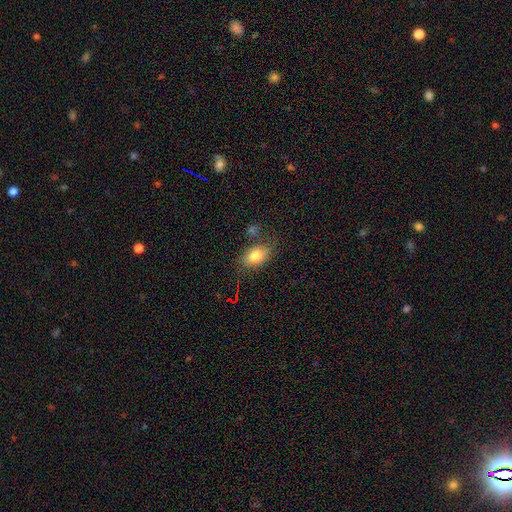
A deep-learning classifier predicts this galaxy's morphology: A smooth galaxy with no disk features (80%) that is in between round and cigar-shaped (84%).

Vote fractions:
- Smooth or featured? smooth: 80% / featured or disk: 11% / star or artifact: 9%
- How rounded? in between: 84% / round: 13% / cigar-shaped: 2%
- Merging? none: 71% / minor disturbance: 18% / merger: 6% / major disturbance: 5%